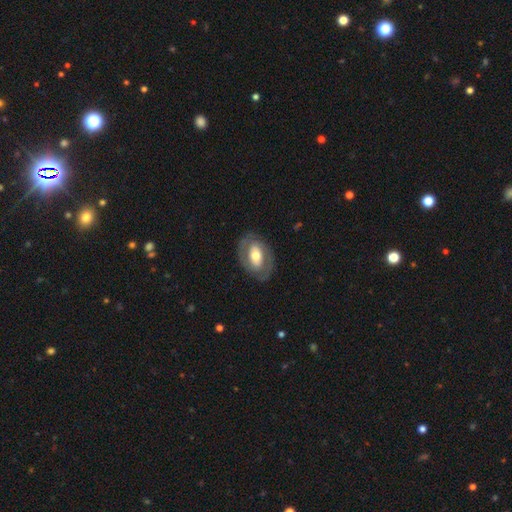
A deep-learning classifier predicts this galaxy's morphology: featured or disk 59%, smooth 35%, star or artifact 5%. Down the decision tree: edge-on disk — no (93%); bar — no (48%); spiral arms — no (54%); bulge size — moderate (61%); merging — none (79%).